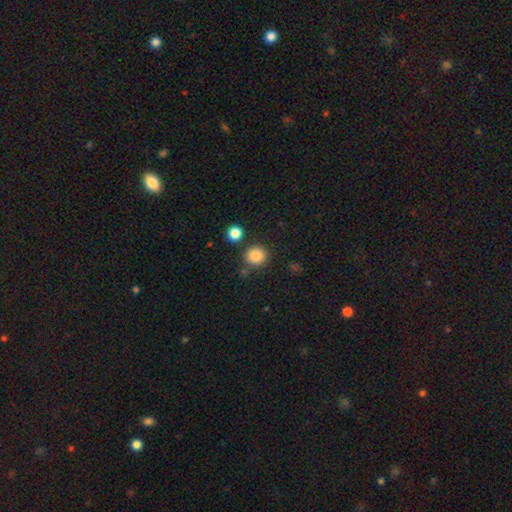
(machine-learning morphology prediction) This is clearly a smooth galaxy (85%). How rounded: clearly round (89%). Merging: clearly none (82%).